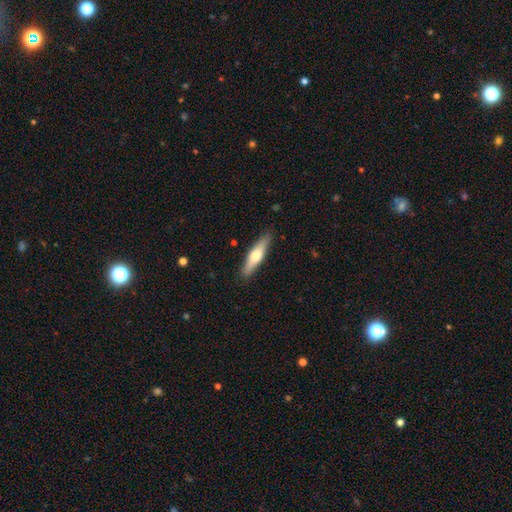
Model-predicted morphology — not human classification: Smooth or featured? smooth (55%)
How rounded? cigar-shaped (76%)
Merging? none (87%)